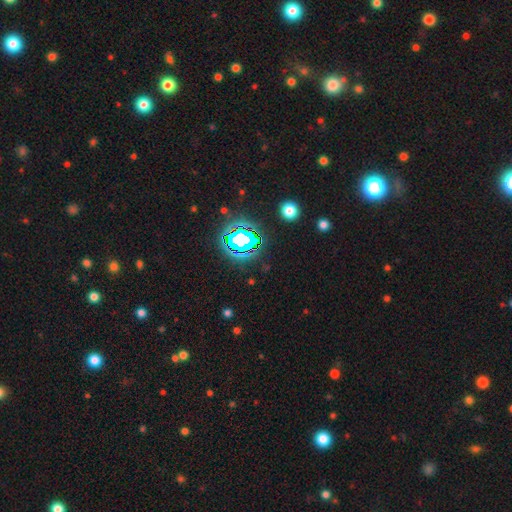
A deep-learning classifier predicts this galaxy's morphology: smooth_or_featured: star or artifact (p=0.81) [alt: smooth p=0.12]